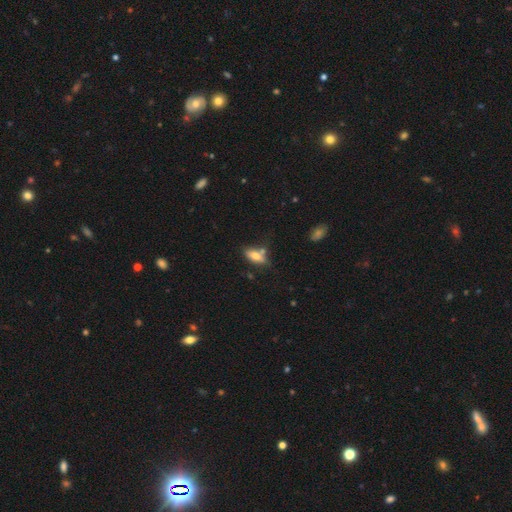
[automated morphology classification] Smooth or featured? Predicted: smooth (p=0.73). How rounded? Predicted: in between (p=0.82). Merging? Predicted: none (p=0.58).